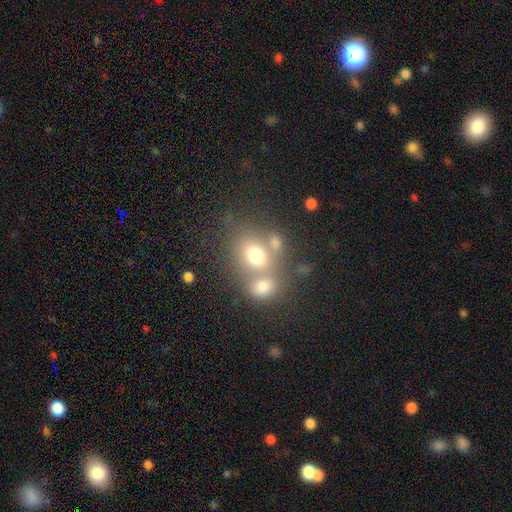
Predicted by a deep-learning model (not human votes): Morphology: type=smooth (71%); roundness=round (56%); merging=merger (48%).